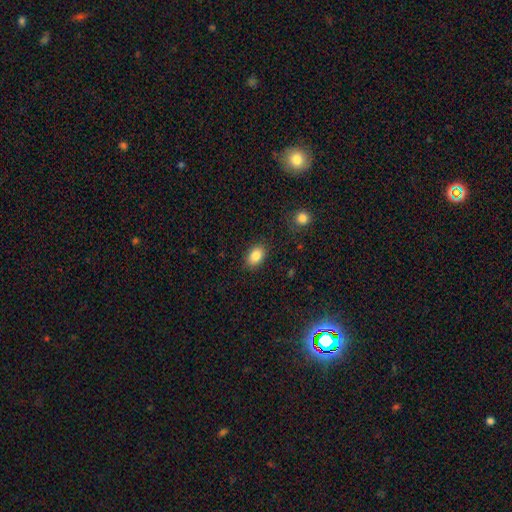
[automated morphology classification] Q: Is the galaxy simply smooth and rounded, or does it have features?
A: smooth — 86%.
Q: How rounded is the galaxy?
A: in between — 82%.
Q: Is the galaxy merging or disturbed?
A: none — 85%.